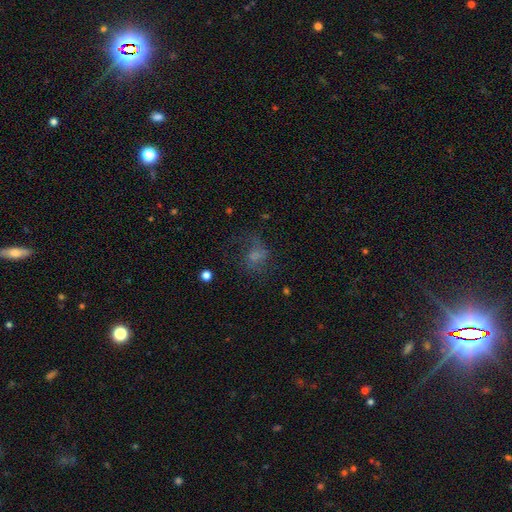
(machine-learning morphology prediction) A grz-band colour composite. It shows a smooth galaxy with no disk features (48%). Merging: none (46%).